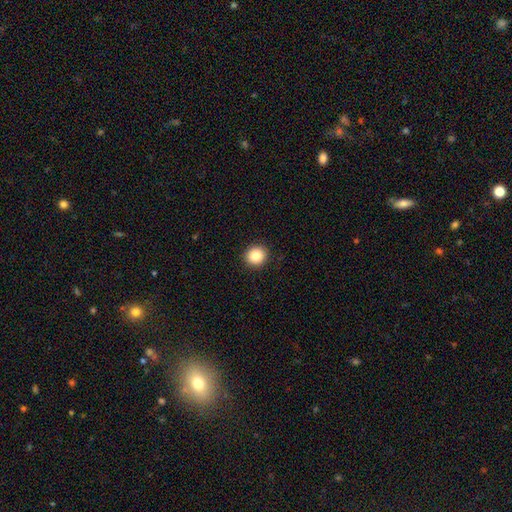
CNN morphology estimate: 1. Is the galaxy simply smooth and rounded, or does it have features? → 86% smooth, 10% star or artifact, 5% featured or disk.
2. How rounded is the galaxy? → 89% round, 10% in between, 1% cigar-shaped.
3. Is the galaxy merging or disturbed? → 92% none, 5% minor disturbance, 2% major disturbance, 1% merger.